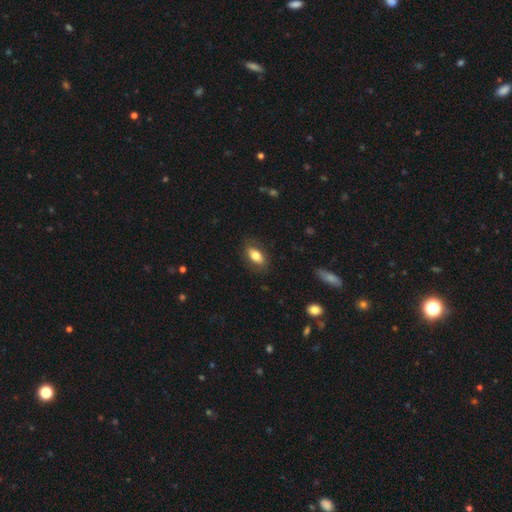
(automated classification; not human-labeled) This appears to be a smooth galaxy with no disk features (77%) that is in between round and cigar-shaped (87%). Merging: none (83%).